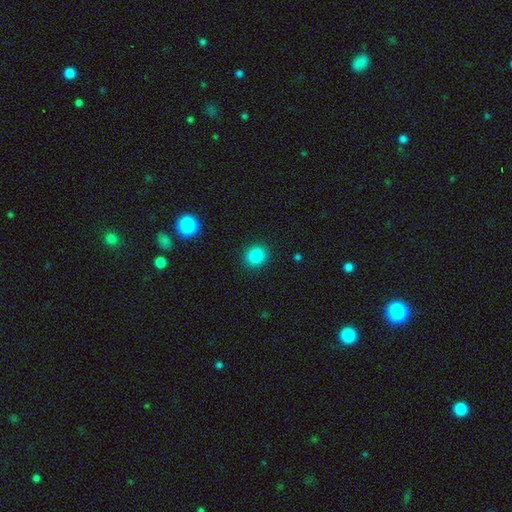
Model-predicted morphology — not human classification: smooth 85%, star or artifact 11%, featured or disk 4%. Down the decision tree: how rounded — round (80%); merging — none (90%).